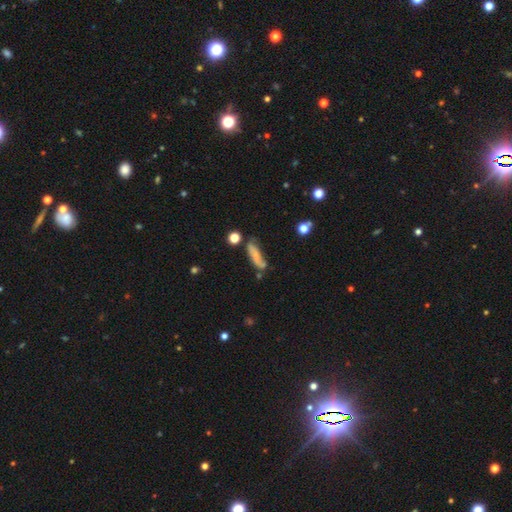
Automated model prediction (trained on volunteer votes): A smooth galaxy with no disk features (65%) that is cigar-shaped (59%).

Vote fractions:
- Smooth or featured? smooth: 65% / featured or disk: 26% / star or artifact: 9%
- How rounded? cigar-shaped: 59% / in between: 38% / round: 3%
- Merging? none: 50% / minor disturbance: 28% / merger: 11% / major disturbance: 11%